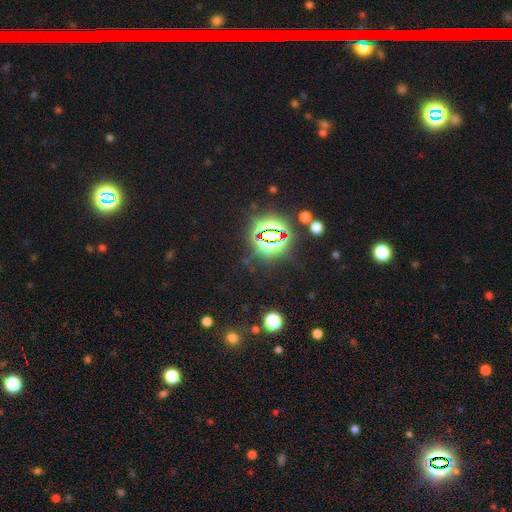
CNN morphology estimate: Smooth or featured?
  - star or artifact: 82% *
  - smooth: 11%
  - featured or disk: 7%